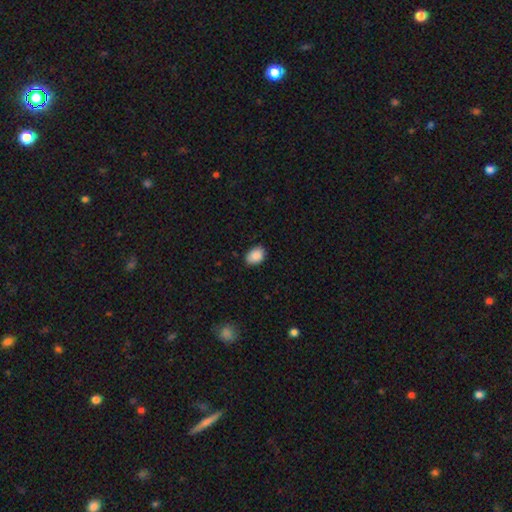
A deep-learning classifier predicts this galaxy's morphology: This appears to be a smooth galaxy with no disk features (89%) that is in between round and cigar-shaped (78%). Merging: none (82%).